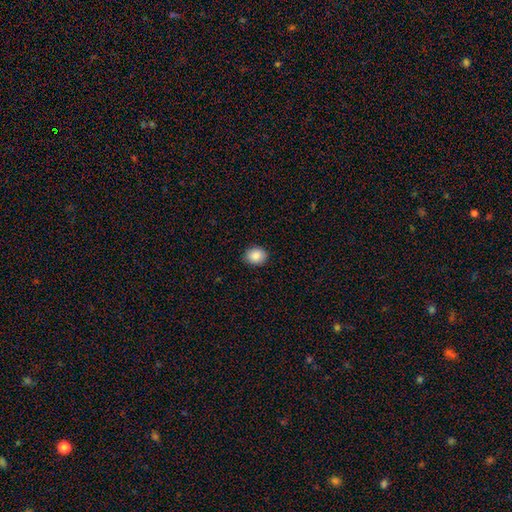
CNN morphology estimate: Smooth or featured? Predicted: smooth (p=0.88). How rounded? Predicted: round (p=0.61). Merging? Predicted: none (p=0.89).